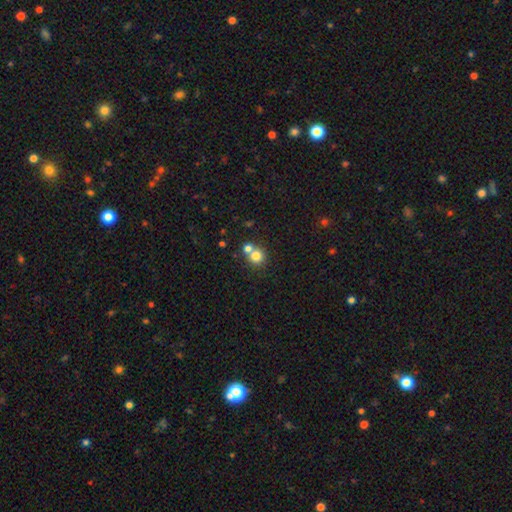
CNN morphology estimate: Q: Smooth or featured?
A: smooth (78%); runner-up: star or artifact (12%)
Q: How rounded?
A: round (89%); runner-up: in between (10%)
Q: Merging?
A: none (50%); runner-up: merger (41%)